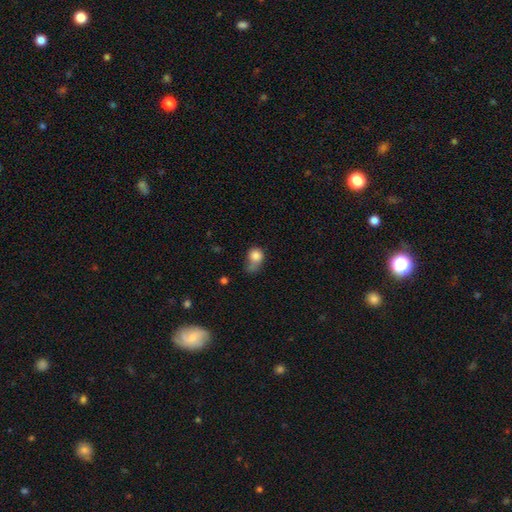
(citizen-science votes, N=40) Volunteers were most divided on "merging": none: 42%, major disturbance: 36%, minor disturbance: 11%, merger: 11%. More confident: how rounded — round (91%); smooth or featured — smooth (82%).